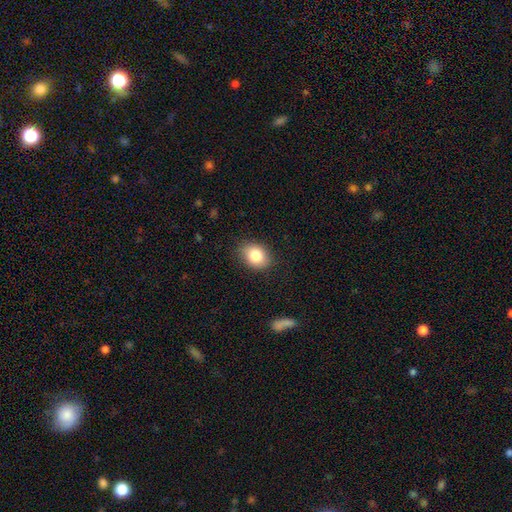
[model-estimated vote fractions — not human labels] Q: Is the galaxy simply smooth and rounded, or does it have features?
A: smooth — 83%.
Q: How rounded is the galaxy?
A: in between — 66%.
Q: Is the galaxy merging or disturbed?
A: none — 84%.